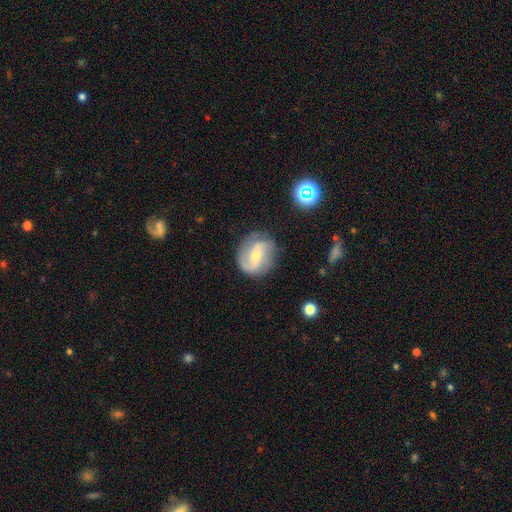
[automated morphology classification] This is likely a featured or disk galaxy (78%). It is clearly not viewed edge-on (97%). Bar: marginally weak (42%). Spiral arm pattern: clearly yes (93%). Spiral arm count: likely 2 (75%). Spiral winding: marginally medium (43%). Central bulge: possibly small (58%). Merging: likely none (74%).